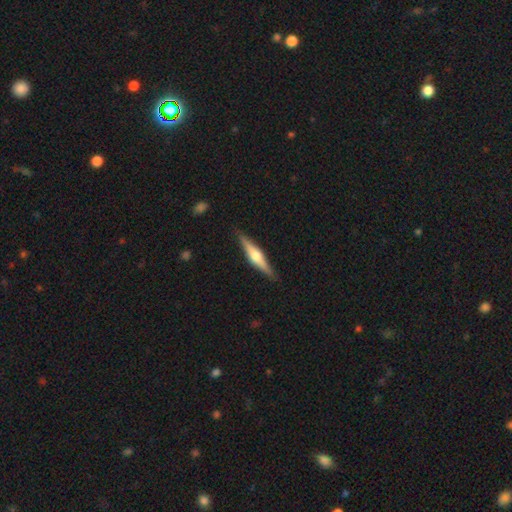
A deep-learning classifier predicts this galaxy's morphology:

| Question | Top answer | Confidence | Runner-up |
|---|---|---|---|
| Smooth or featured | featured or disk | 68% | smooth (26%) |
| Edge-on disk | yes | 97% | no (3%) |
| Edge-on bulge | rounded | 92% | boxy (6%) |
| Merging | none | 89% | minor disturbance (8%) |